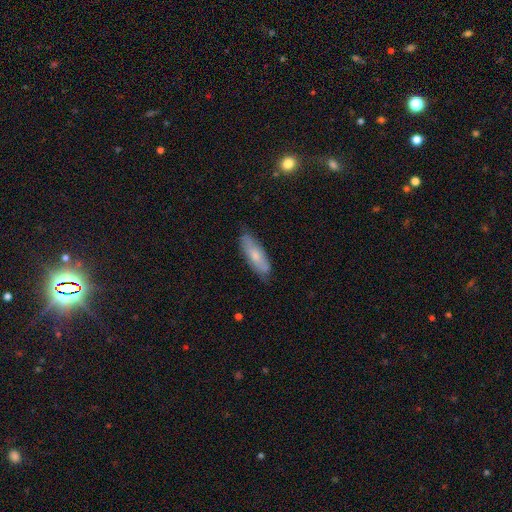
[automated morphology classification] smooth_or_featured: smooth (p=0.64) [alt: featured or disk p=0.30]
how_rounded: in between (p=0.51) [alt: cigar-shaped p=0.47]
merging: none (p=0.77) [alt: minor disturbance p=0.19]